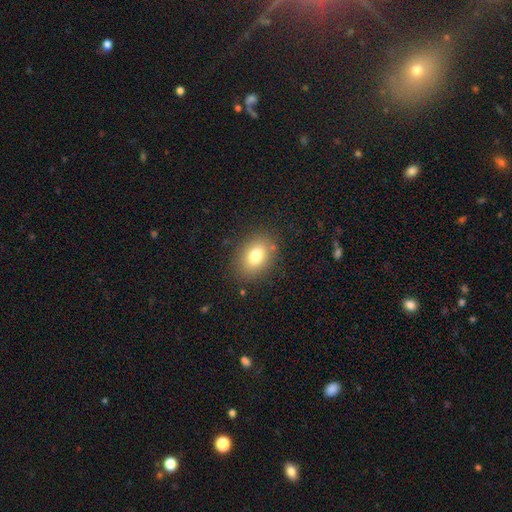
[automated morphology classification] Smooth or featured? smooth (77%)
How rounded? in between (72%)
Merging? none (83%)